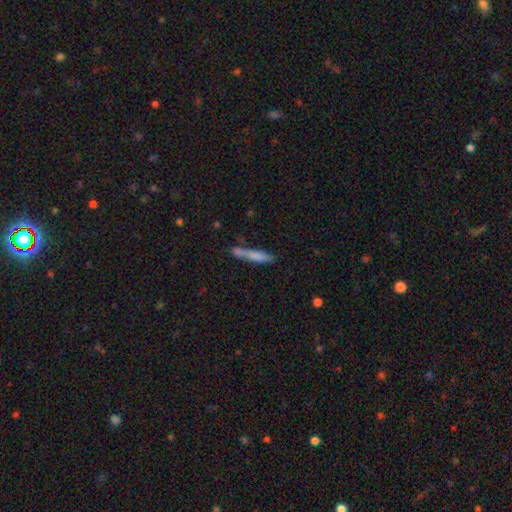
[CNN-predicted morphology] Overall: smooth (71%). How rounded: cigar-shaped (89%). Merging: none (58%; merger 19%).